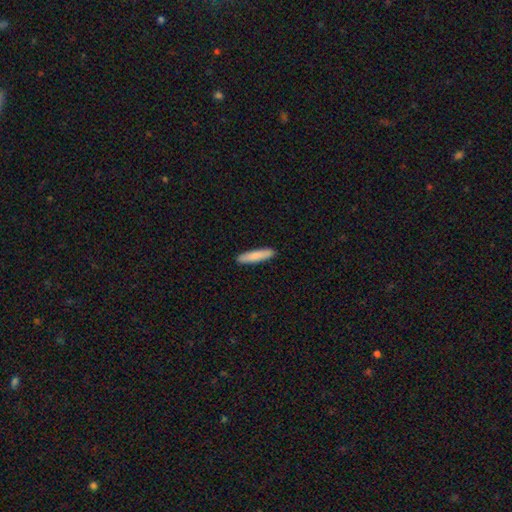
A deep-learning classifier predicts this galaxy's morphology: type=smooth (85%); roundness=cigar-shaped (86%); merging=none (92%).